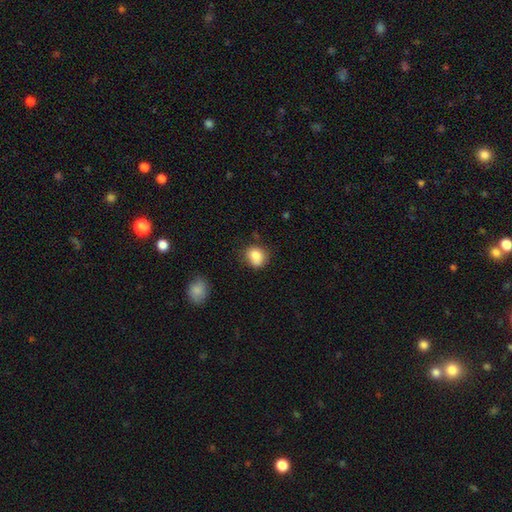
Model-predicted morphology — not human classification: Q: Smooth or featured?
A: smooth (82%); runner-up: star or artifact (9%)
Q: How rounded?
A: round (73%); runner-up: in between (26%)
Q: Merging?
A: none (69%); runner-up: minor disturbance (22%)